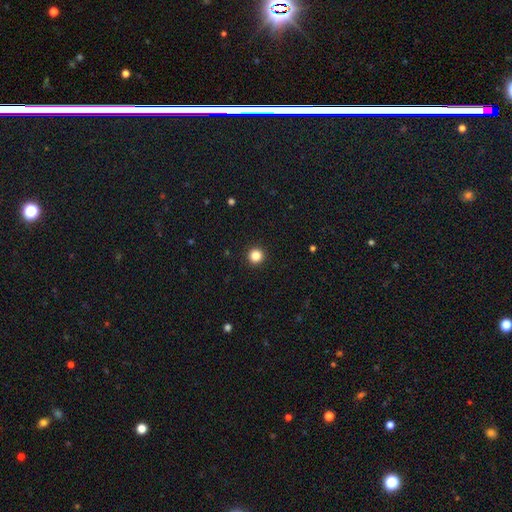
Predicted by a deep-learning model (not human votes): A smooth galaxy with no disk features (84%) that is round (96%).

Vote fractions:
- Smooth or featured? smooth: 84% / star or artifact: 12% / featured or disk: 4%
- How rounded? round: 96% / in between: 3% / cigar-shaped: 1%
- Merging? none: 94% / minor disturbance: 4% / major disturbance: 1% / merger: 1%